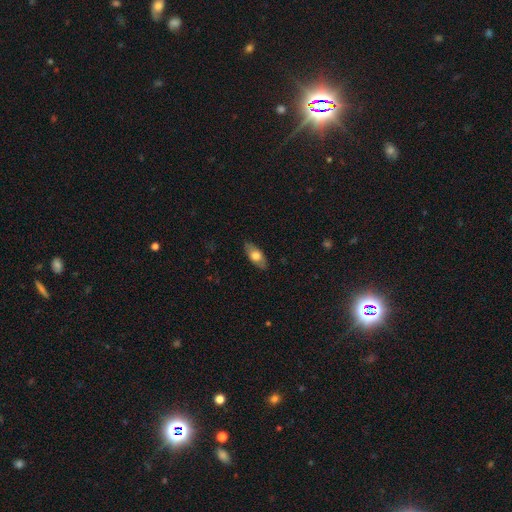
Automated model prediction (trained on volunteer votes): smooth-or-featured: smooth: 65% | featured or disk: 29% | star or artifact: 6%
  how-rounded: in between: 84% | cigar-shaped: 12% | round: 4%
  merging: none: 84% | minor disturbance: 12% | major disturbance: 3% | merger: 1%